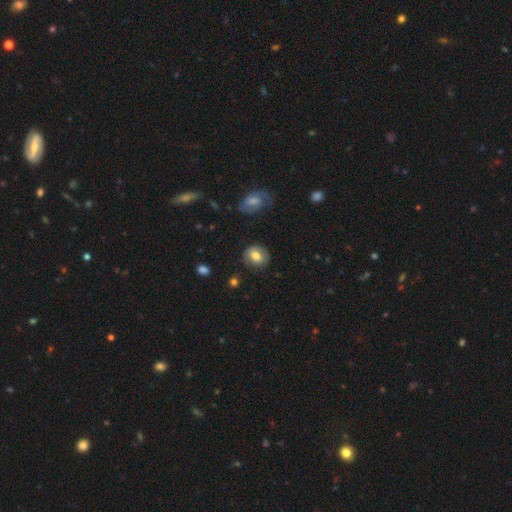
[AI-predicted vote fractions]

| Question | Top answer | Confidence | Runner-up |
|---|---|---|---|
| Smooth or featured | smooth | 73% | featured or disk (19%) |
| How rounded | round | 57% | in between (42%) |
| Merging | none | 78% | minor disturbance (16%) |